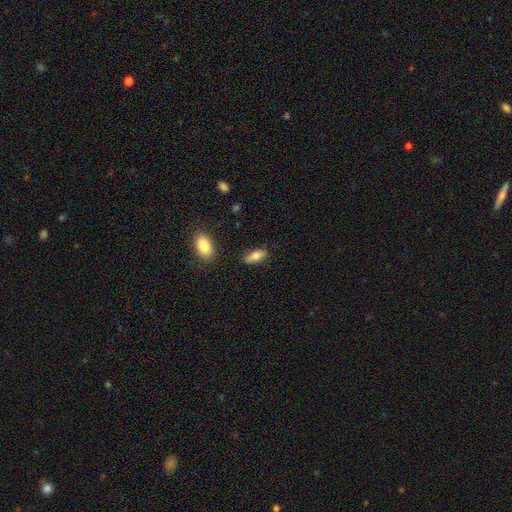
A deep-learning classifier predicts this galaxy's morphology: smooth-or-featured: smooth: 74% | featured or disk: 18% | star or artifact: 7%
  how-rounded: in between: 71% | cigar-shaped: 26% | round: 3%
  merging: none: 81% | minor disturbance: 13% | major disturbance: 3% | merger: 3%